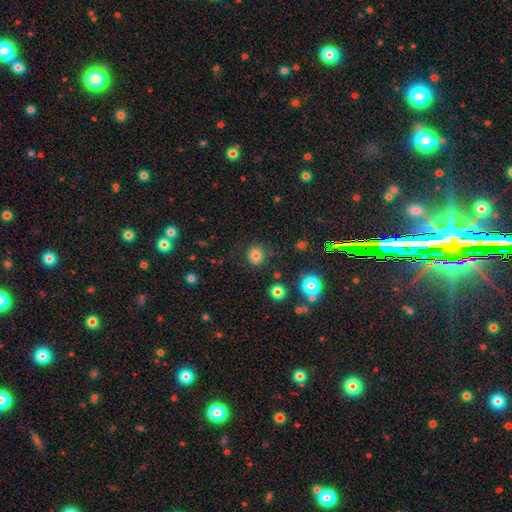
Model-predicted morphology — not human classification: This is likely a smooth galaxy (78%). How rounded: clearly round (84%). Merging: clearly none (83%).